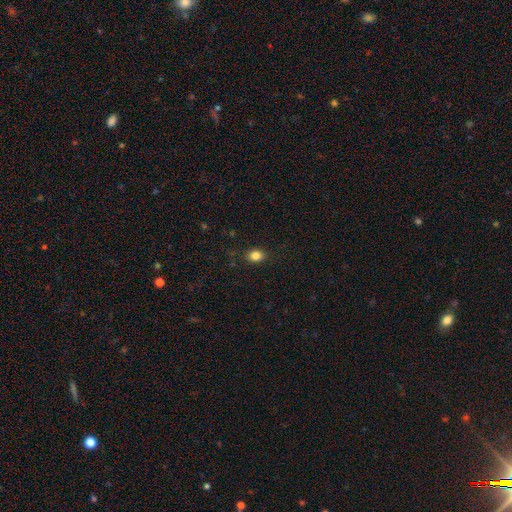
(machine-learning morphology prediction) Smooth or featured? smooth (84%)
How rounded? round (52%)
Merging? none (87%)